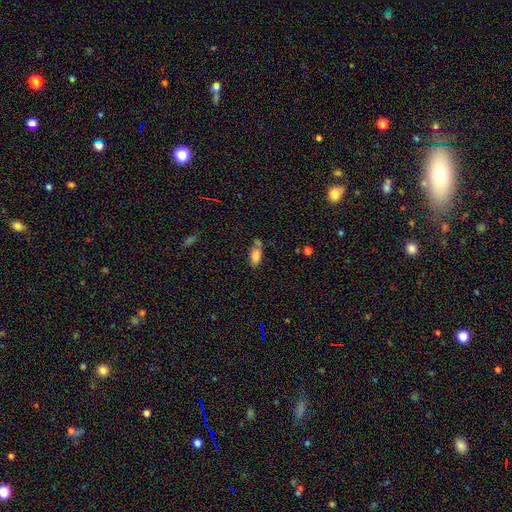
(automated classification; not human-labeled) smooth_or_featured: smooth (p=0.79) [alt: featured or disk p=0.12]
how_rounded: in between (p=0.84) [alt: cigar-shaped p=0.13]
merging: none (p=0.53) [alt: minor disturbance p=0.24]